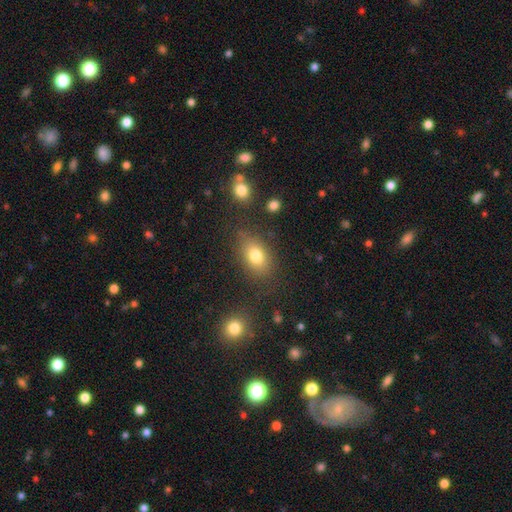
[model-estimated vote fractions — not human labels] Overall: smooth (79%). How rounded: in between (78%). Merging: none (76%).